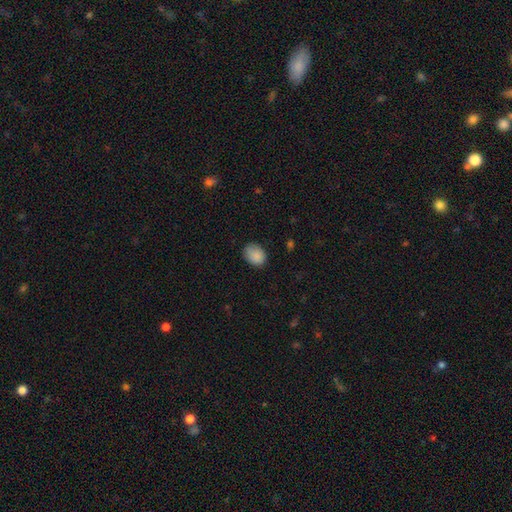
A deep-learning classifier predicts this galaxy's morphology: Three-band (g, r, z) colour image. It shows a smooth galaxy with no disk features (88%) that is in between round and cigar-shaped (58%). Merging: none (73%).